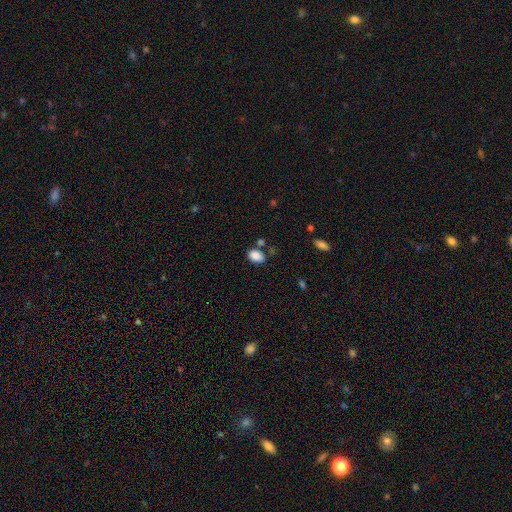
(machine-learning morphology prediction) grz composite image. It shows a smooth galaxy with no disk features (87%) that is in between round and cigar-shaped (83%). Merging: none (73%).